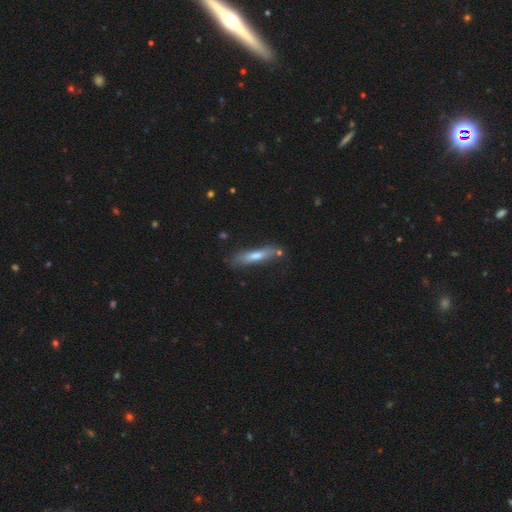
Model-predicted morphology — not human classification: This is likely a smooth galaxy (61%). How rounded: clearly cigar-shaped (86%). Merging: likely none (74%).